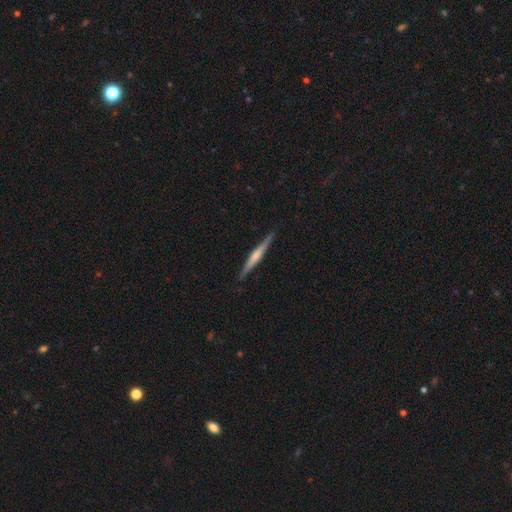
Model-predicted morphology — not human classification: Smooth or featured?
  - featured or disk: 61% *
  - smooth: 34%
  - star or artifact: 5%
Edge-on disk?
  - yes: 98% *
  - no: 2%
Edge-on bulge?
  - rounded: 54% *
  - none: 29%
  - boxy: 16%
Merging?
  - none: 90% *
  - minor disturbance: 8%
  - major disturbance: 1%
  - merger: 1%